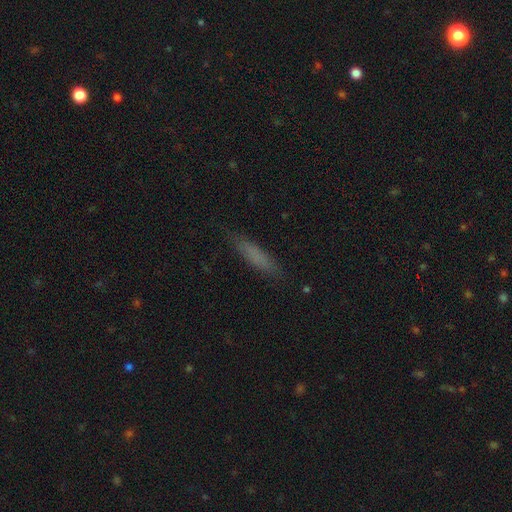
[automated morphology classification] Smooth or featured? smooth (74%)
How rounded? cigar-shaped (83%)
Merging? none (84%)